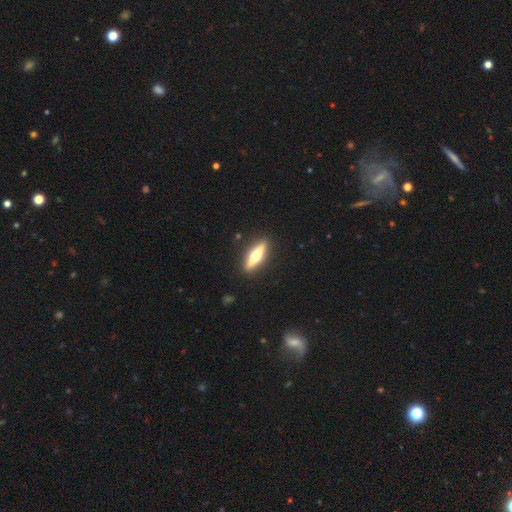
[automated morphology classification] type=featured or disk (57%); edge-on=yes (94%); edge-on bulge=rounded (94%); merging=none (90%).